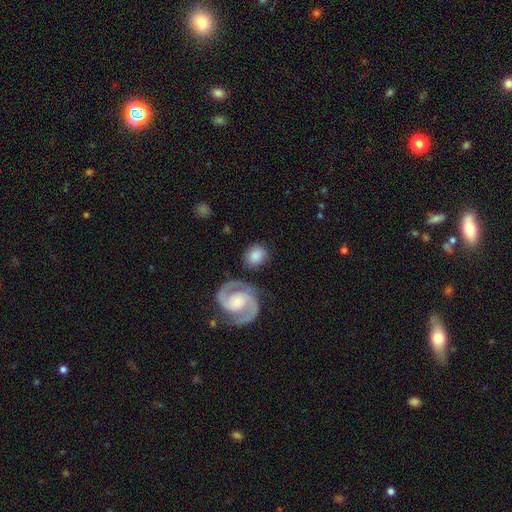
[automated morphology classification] Smooth or featured?
  - smooth: 66% *
  - featured or disk: 27%
  - star or artifact: 7%
How rounded?
  - round: 70% *
  - in between: 29%
  - cigar-shaped: 1%
Merging?
  - none: 75% *
  - minor disturbance: 12%
  - merger: 8%
  - major disturbance: 5%